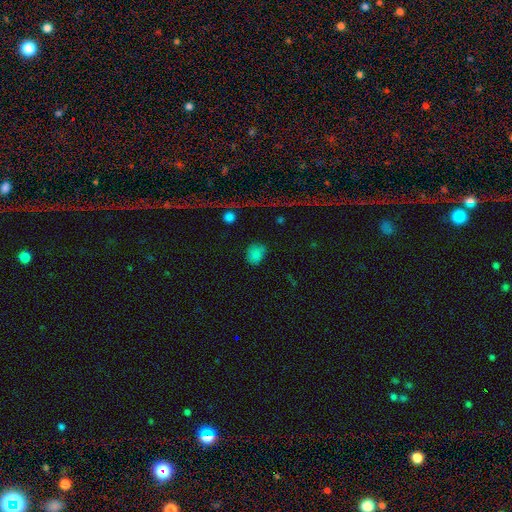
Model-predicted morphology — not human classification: A smooth galaxy with no disk features (76%) that is round (57%). Merging: none (80%).